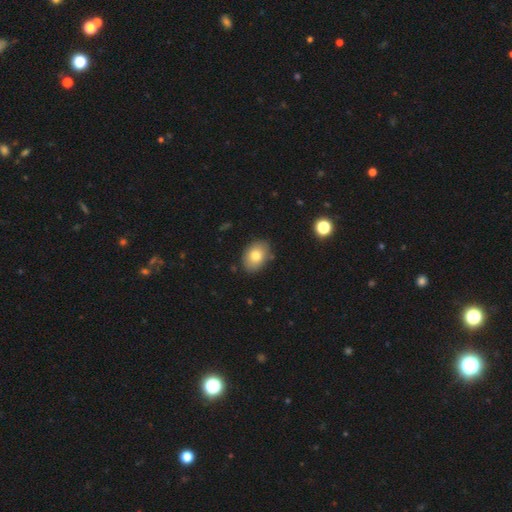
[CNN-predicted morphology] Smooth or featured: smooth — 78% (featured or disk — 13%)
How rounded: in between — 80% (round — 19%)
Merging: none — 84% (minor disturbance — 11%)